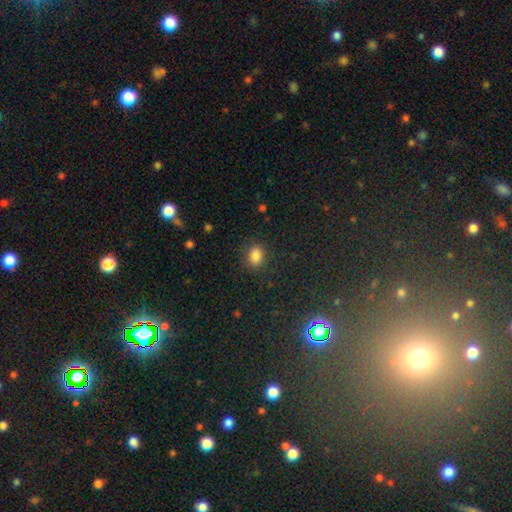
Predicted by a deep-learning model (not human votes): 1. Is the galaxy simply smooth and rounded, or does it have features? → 83% smooth, 12% star or artifact, 5% featured or disk.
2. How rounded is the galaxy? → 63% in between, 36% round, 1% cigar-shaped.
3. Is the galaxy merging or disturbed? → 85% none, 10% minor disturbance, 4% major disturbance, 1% merger.